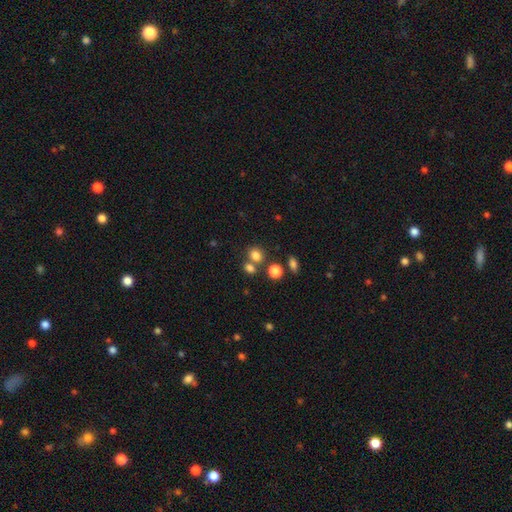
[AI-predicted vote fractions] Smooth or featured: smooth — 78% (star or artifact — 15%)
How rounded: round — 68% (in between — 31%)
Merging: none — 58% (merger — 28%)